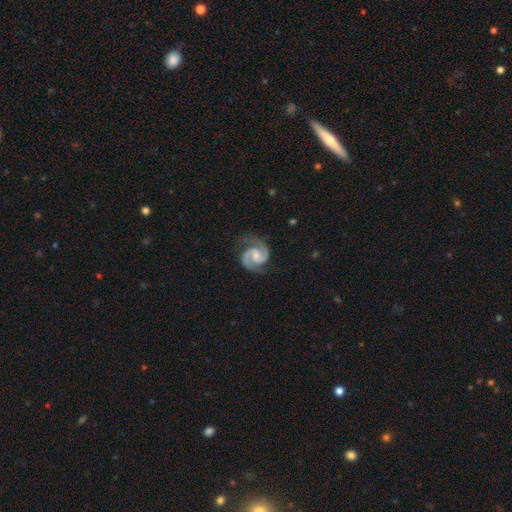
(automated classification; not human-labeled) smooth_or_featured: featured or disk (p=0.93) [alt: star or artifact p=0.04]
disk_edge_on: no (p=0.98) [alt: yes p=0.02]
bar: weak (p=0.47) [alt: no p=0.41]
has_spiral_arms: yes (p=0.99) [alt: no p=0.01]
spiral_winding: medium (p=0.59) [alt: tight p=0.31]
spiral_arm_count: 2 (p=0.94) [alt: can't tell p=0.01]
bulge_size: small (p=0.37) [alt: moderate p=0.34]
merging: none (p=0.79) [alt: minor disturbance p=0.15]